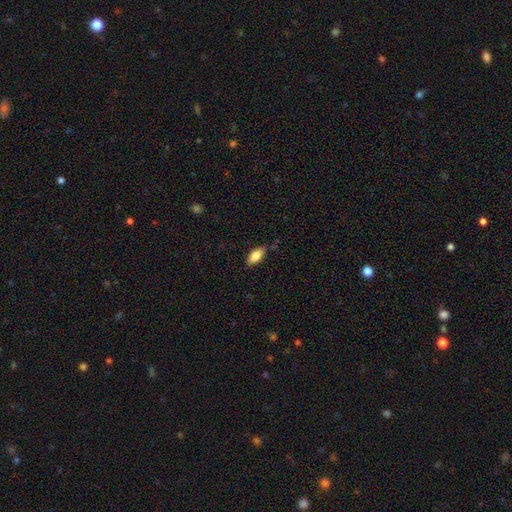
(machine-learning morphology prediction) A smooth galaxy with no disk features (80%) that is in between round and cigar-shaped (84%).

Vote fractions:
- Smooth or featured? smooth: 80% / featured or disk: 13% / star or artifact: 7%
- How rounded? in between: 84% / cigar-shaped: 13% / round: 2%
- Merging? none: 74% / minor disturbance: 20% / major disturbance: 4% / merger: 2%